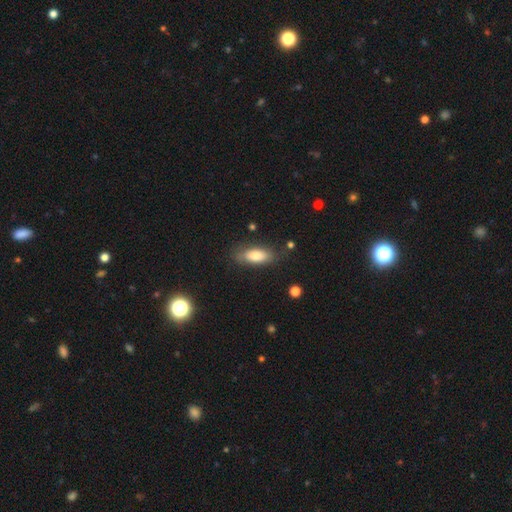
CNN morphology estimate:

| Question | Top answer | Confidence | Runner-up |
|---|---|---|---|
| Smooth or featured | smooth | 75% | featured or disk (18%) |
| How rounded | in between | 80% | cigar-shaped (18%) |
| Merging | none | 76% | minor disturbance (16%) |